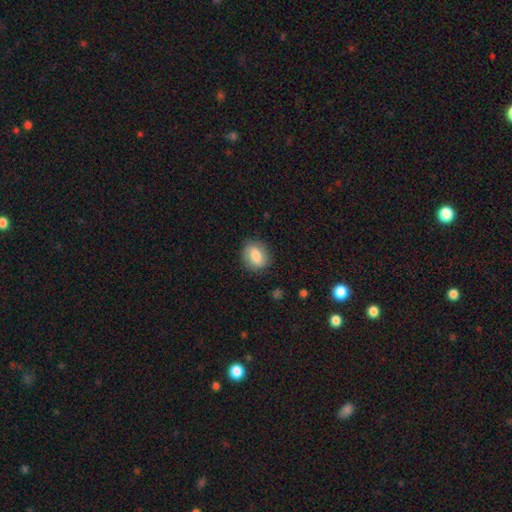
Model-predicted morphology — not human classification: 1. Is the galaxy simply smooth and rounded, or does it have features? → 80% smooth, 12% featured or disk, 8% star or artifact.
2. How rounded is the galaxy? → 50% round, 48% in between, 2% cigar-shaped.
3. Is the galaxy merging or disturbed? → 84% none, 12% minor disturbance, 3% major disturbance, 1% merger.